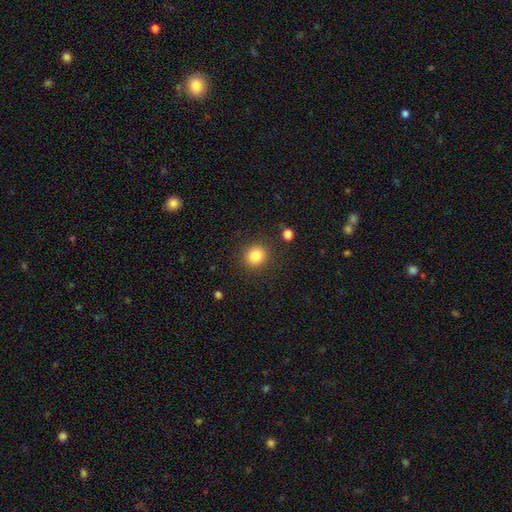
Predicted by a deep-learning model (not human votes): The model was most divided on "smooth or featured": smooth: 83%, star or artifact: 11%, featured or disk: 6%. More confident: merging — none (88%); how rounded — round (86%).